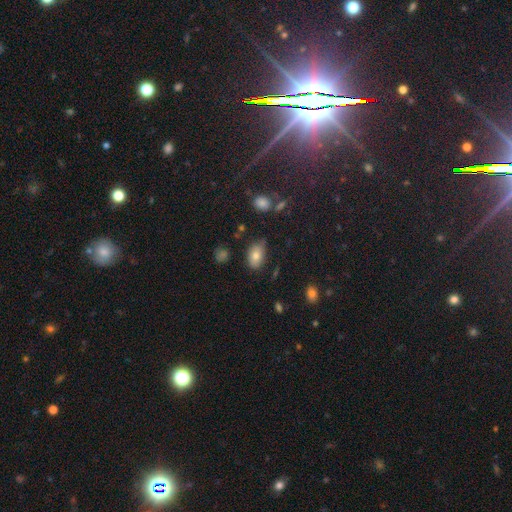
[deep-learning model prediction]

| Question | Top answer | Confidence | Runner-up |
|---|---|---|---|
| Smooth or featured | smooth | 78% | featured or disk (12%) |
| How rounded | in between | 91% | round (8%) |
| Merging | none | 66% | minor disturbance (26%) |